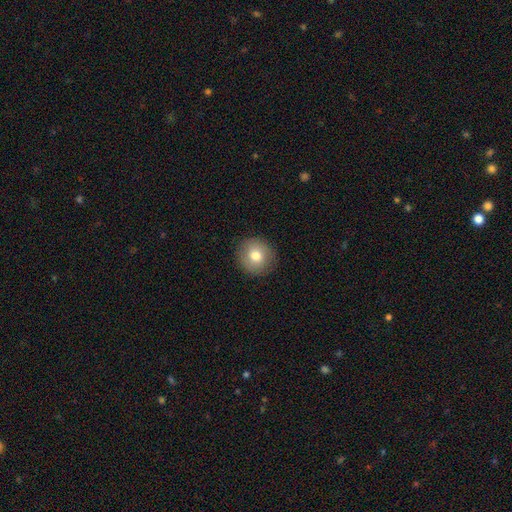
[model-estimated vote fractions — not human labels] Smooth or featured? Predicted: smooth (p=0.77). How rounded? Predicted: round (p=0.90). Merging? Predicted: none (p=0.89).